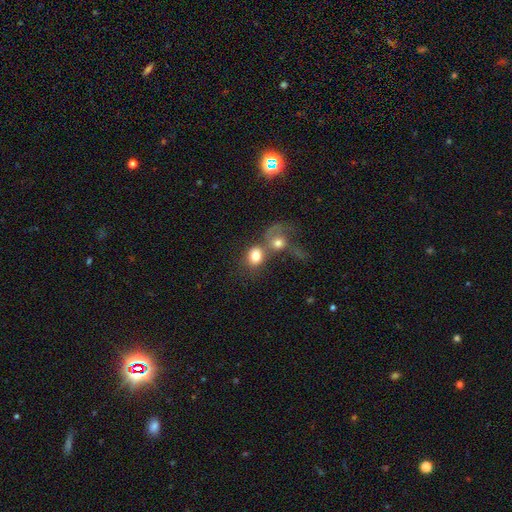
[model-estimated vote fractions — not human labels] Overall: smooth (74%). How rounded: round (50%; in between 49%). Merging: merger (57%; none 25%).